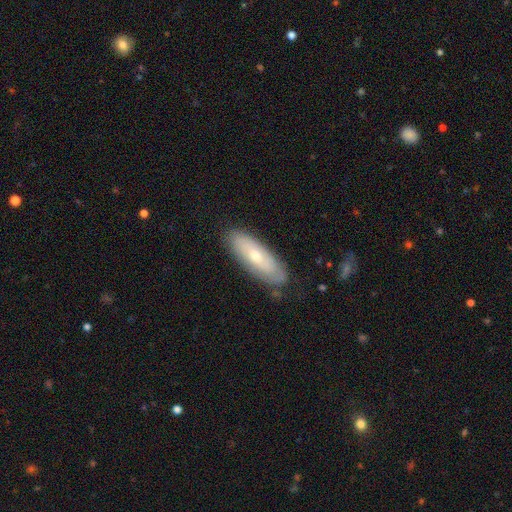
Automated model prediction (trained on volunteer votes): Smooth or featured? smooth (53%)
How rounded? in between (64%)
Merging? none (79%)